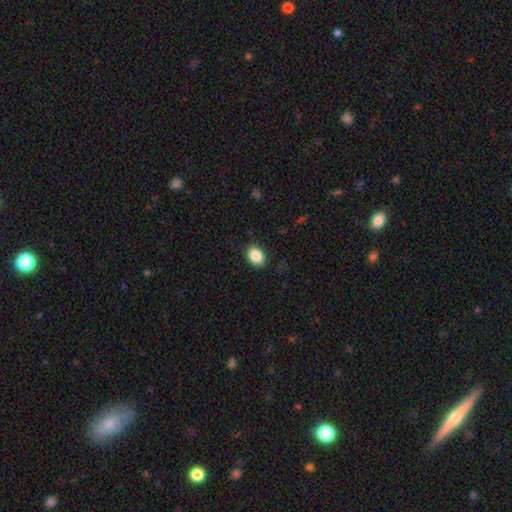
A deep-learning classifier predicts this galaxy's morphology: type=smooth (88%); roundness=in between (81%); merging=none (88%).